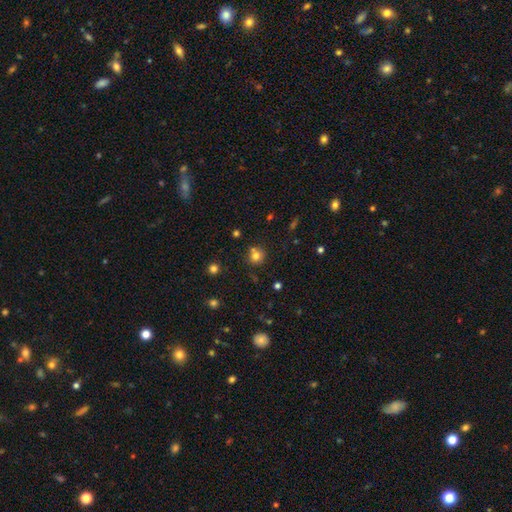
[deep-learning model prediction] The model was most divided on "merging": none: 66%, merger: 21%, minor disturbance: 10%, major disturbance: 3%. More confident: how rounded — round (89%); smooth or featured — smooth (75%).